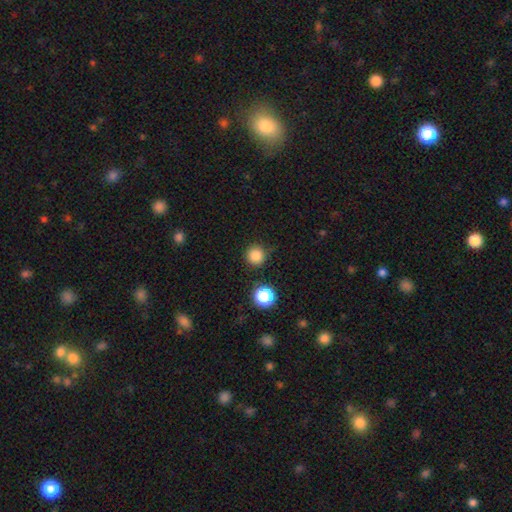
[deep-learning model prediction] smooth-or-featured: smooth: 83% | star or artifact: 13% | featured or disk: 4%
  how-rounded: round: 95% | in between: 4% | cigar-shaped: 1%
  merging: none: 87% | minor disturbance: 8% | merger: 3% | major disturbance: 3%